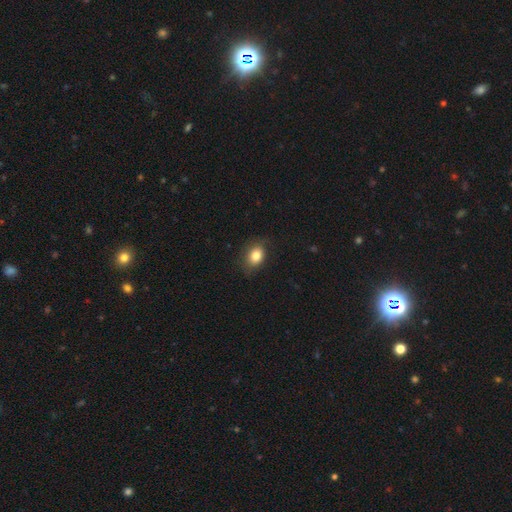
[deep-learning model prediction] The model was most divided on "how rounded": in between: 71%, round: 28%, cigar-shaped: 1%. More confident: smooth or featured — smooth (83%); merging — none (80%).